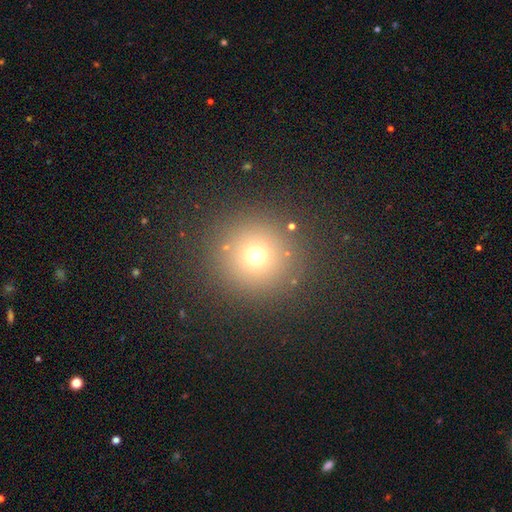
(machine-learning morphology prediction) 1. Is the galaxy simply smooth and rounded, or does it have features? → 69% smooth, 21% star or artifact, 10% featured or disk.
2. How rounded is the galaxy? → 94% round, 5% in between, 1% cigar-shaped.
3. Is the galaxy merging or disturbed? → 87% none, 6% minor disturbance, 4% major disturbance, 3% merger.